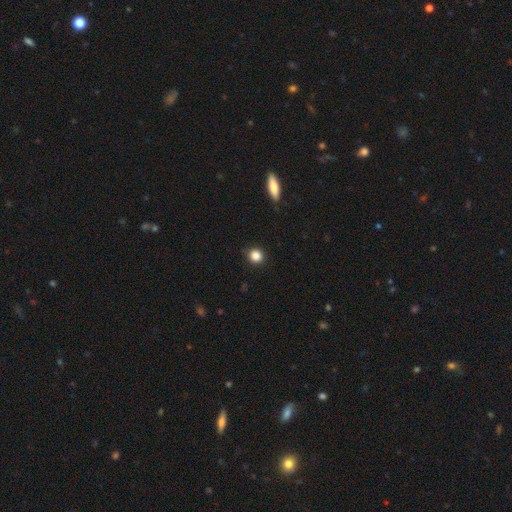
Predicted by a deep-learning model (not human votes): Overall: smooth (86%). How rounded: round (90%). Merging: none (88%).